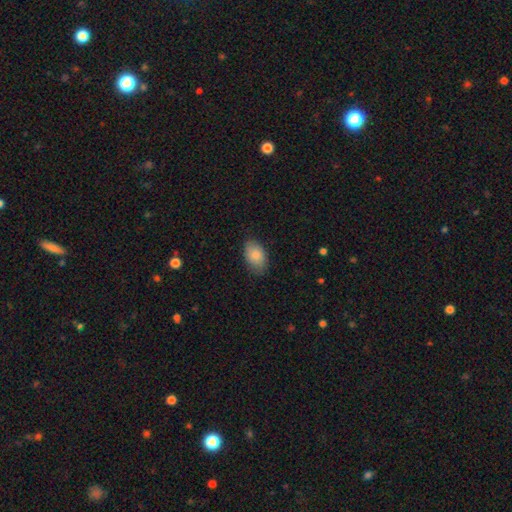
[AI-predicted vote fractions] smooth 86%, featured or disk 8%, star or artifact 7%. Down the decision tree: how rounded — in between (89%); merging — none (80%).